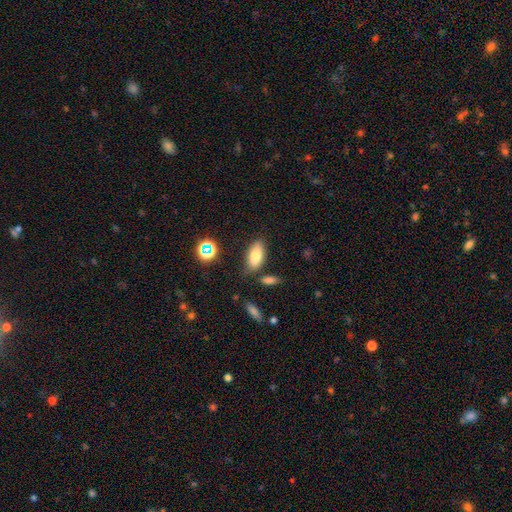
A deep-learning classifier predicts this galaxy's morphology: This is likely a smooth galaxy (78%). How rounded: clearly in between (85%). Merging: likely none (77%).